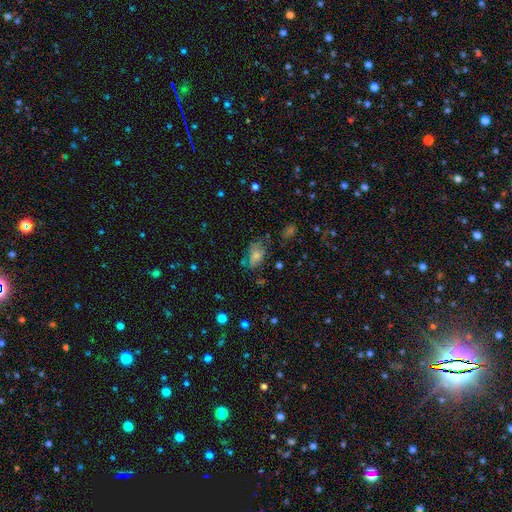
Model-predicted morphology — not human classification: This appears to be a smooth galaxy with no disk features (70%) that is in between round and cigar-shaped (85%). Merging: none (45%).